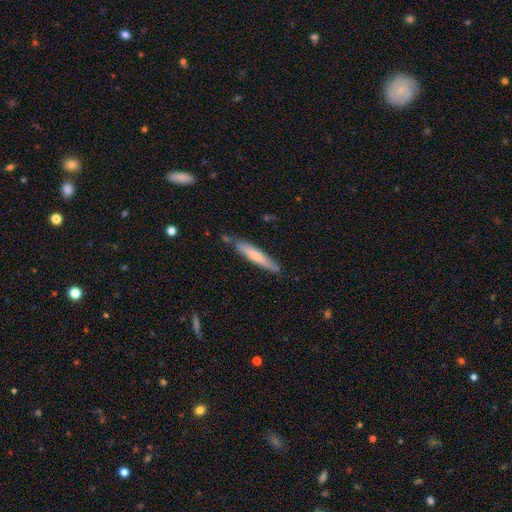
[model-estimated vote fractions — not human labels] The model was most divided on "smooth or featured": smooth: 67%, featured or disk: 28%, star or artifact: 5%. More confident: how rounded — cigar-shaped (92%); merging — none (77%).